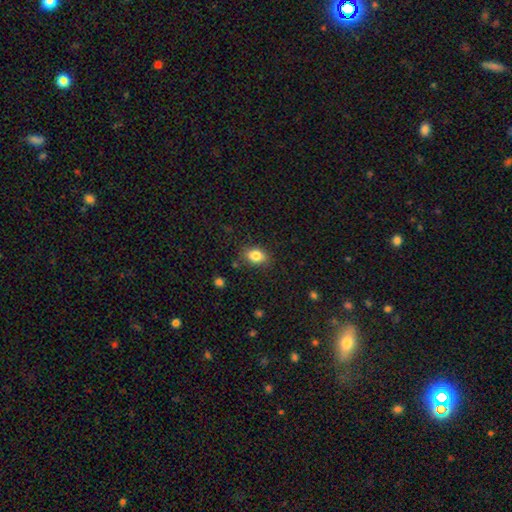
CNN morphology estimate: Overall: smooth (84%). How rounded: in between (75%). Merging: none (81%).